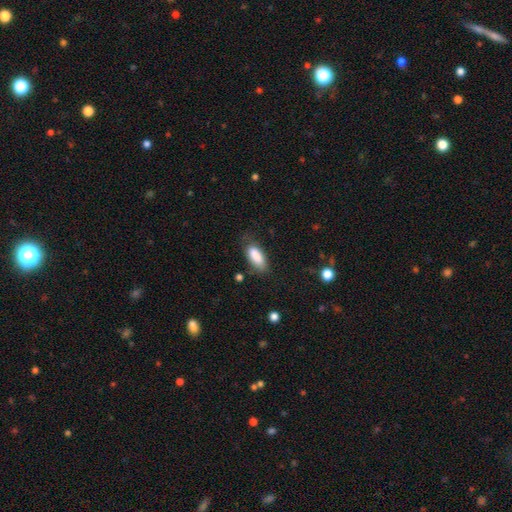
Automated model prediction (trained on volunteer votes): Smooth or featured: smooth — 87% (star or artifact — 7%)
How rounded: in between — 84% (cigar-shaped — 14%)
Merging: none — 70% (minor disturbance — 22%)